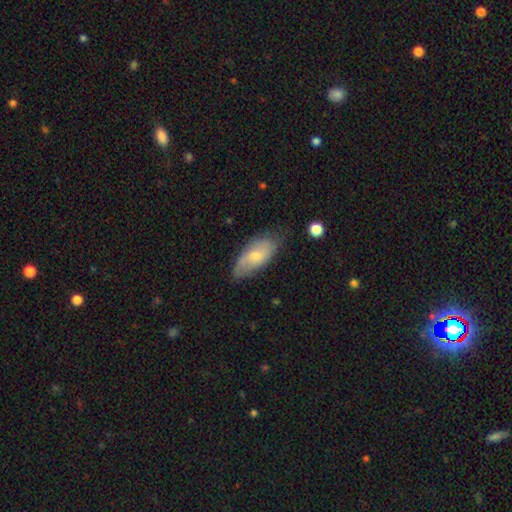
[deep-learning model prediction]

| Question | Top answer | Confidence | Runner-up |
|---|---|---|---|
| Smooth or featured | smooth | 53% | featured or disk (40%) |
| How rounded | in between | 86% | cigar-shaped (11%) |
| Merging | none | 69% | minor disturbance (24%) |